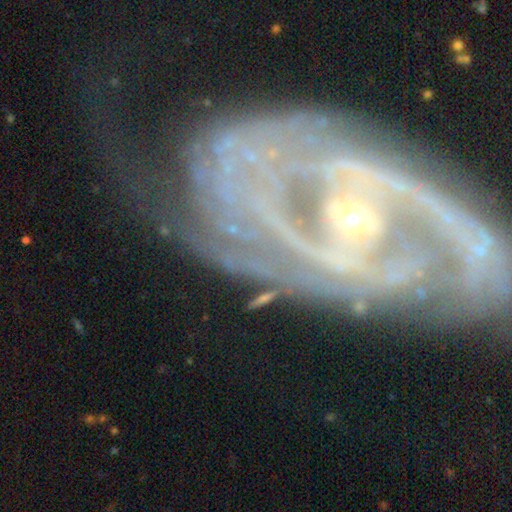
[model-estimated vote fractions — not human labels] Overall: featured or disk (87%). Edge-on disk: no (95%). Bar: strong (45%; weak 28%). Spiral arms: yes (90%). Spiral arm count: 2 (58%). Spiral winding: tight (43%; medium 40%). Bulge size: small (79%). Merging: none (57%; minor disturbance 21%).